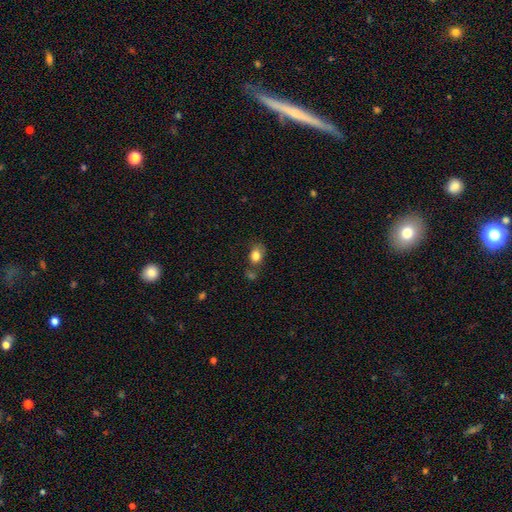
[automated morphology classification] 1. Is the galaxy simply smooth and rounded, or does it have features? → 82% smooth, 9% featured or disk, 9% star or artifact.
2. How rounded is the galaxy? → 74% in between, 24% round, 1% cigar-shaped.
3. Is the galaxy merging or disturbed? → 58% none, 20% minor disturbance, 16% merger, 7% major disturbance.